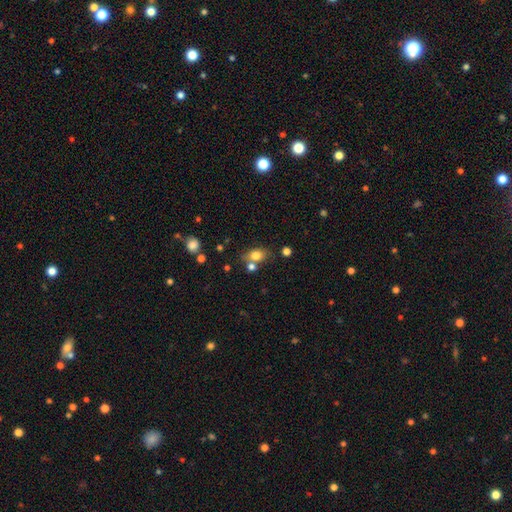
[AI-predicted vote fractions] The model was most divided on "merging": none: 60%, merger: 20%, minor disturbance: 15%, major disturbance: 5%. More confident: smooth or featured — smooth (79%); how rounded — in between (70%).